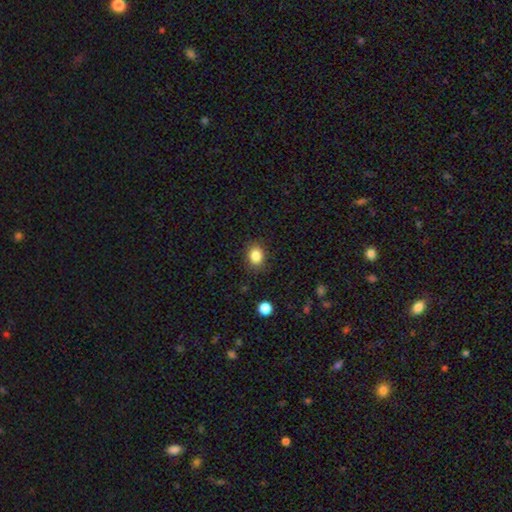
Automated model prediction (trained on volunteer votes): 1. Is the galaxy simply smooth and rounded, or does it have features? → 85% smooth, 10% star or artifact, 5% featured or disk.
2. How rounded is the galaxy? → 50% round, 49% in between, 1% cigar-shaped.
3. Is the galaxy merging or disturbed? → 86% none, 10% minor disturbance, 3% major disturbance, 1% merger.